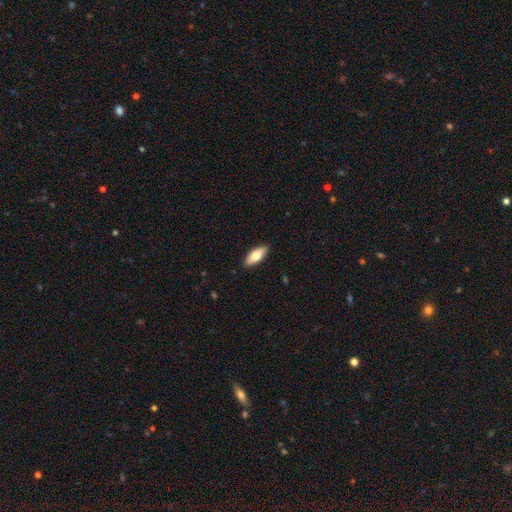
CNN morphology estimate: Q: Smooth or featured?
A: smooth (71%); runner-up: featured or disk (23%)
Q: How rounded?
A: in between (78%); runner-up: cigar-shaped (20%)
Q: Merging?
A: none (90%); runner-up: minor disturbance (7%)